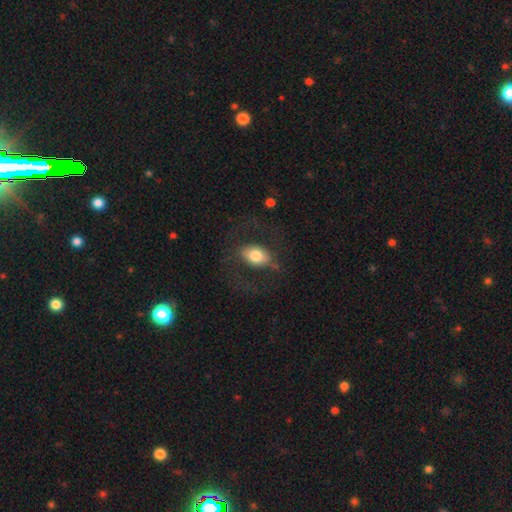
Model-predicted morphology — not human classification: This is likely a smooth galaxy (66%). How rounded: clearly in between (84%). Merging: likely none (62%).